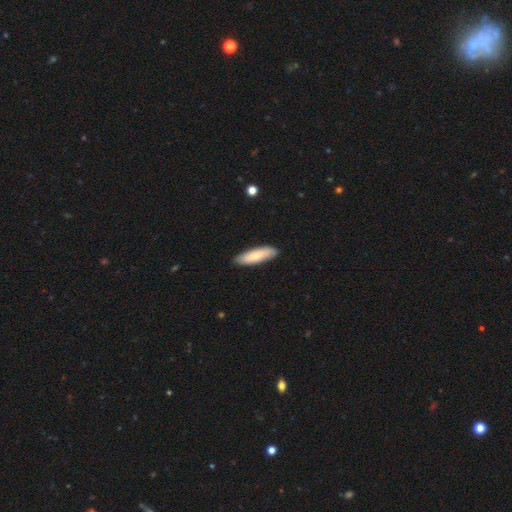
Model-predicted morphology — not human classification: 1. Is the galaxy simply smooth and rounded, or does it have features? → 77% smooth, 17% featured or disk, 5% star or artifact.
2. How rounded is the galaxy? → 60% cigar-shaped, 39% in between, 2% round.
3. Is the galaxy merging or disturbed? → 88% none, 10% minor disturbance, 2% major disturbance, 1% merger.